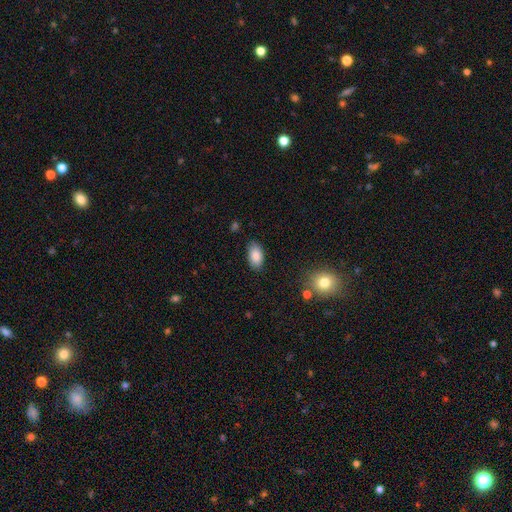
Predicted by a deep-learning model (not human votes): Smooth or featured? Predicted: smooth (p=0.87). How rounded? Predicted: in between (p=0.93). Merging? Predicted: none (p=0.83).